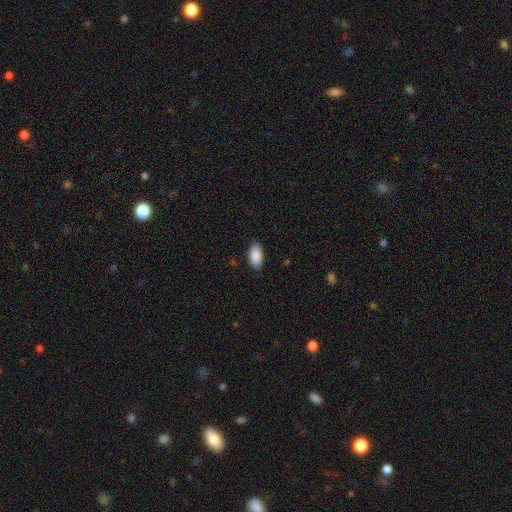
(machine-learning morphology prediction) Smooth or featured? smooth (90%)
How rounded? in between (94%)
Merging? none (87%)